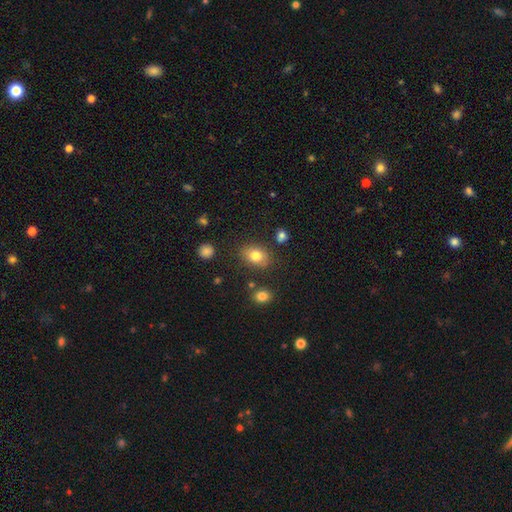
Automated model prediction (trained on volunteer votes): A smooth galaxy with no disk features (79%) that is in between round and cigar-shaped (73%).

Vote fractions:
- Smooth or featured? smooth: 79% / featured or disk: 11% / star or artifact: 10%
- How rounded? in between: 73% / round: 26% / cigar-shaped: 1%
- Merging? none: 81% / minor disturbance: 12% / merger: 4% / major disturbance: 3%